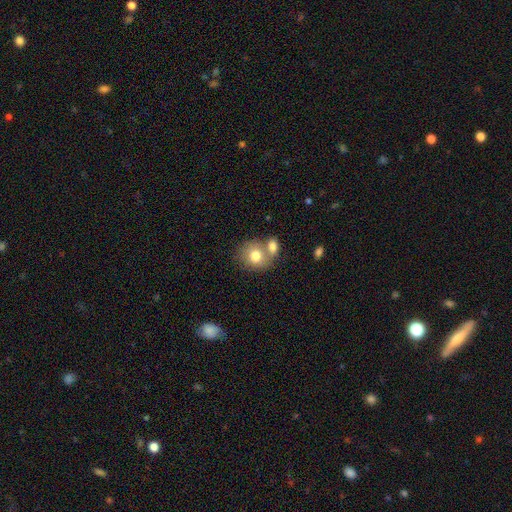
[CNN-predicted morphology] Smooth or featured? smooth (77%)
How rounded? round (72%)
Merging? merger (44%)